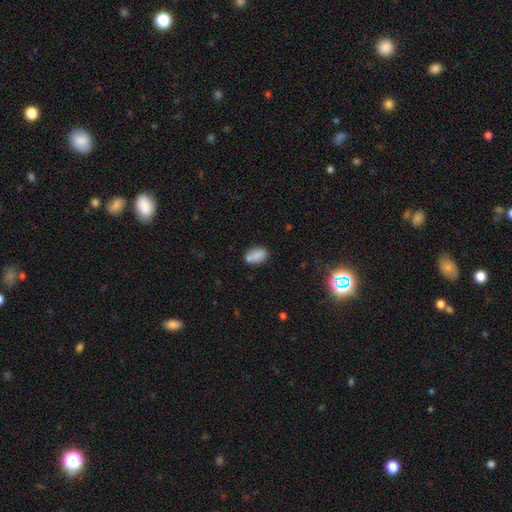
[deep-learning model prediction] This is clearly a smooth galaxy (82%). How rounded: clearly in between (88%). Merging: likely none (63%).